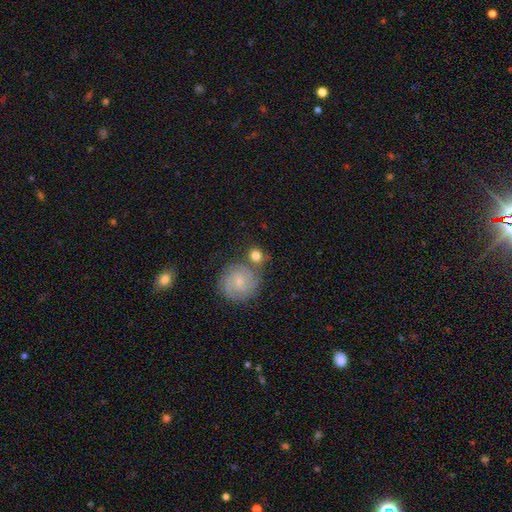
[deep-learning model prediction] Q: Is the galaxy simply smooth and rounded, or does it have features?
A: smooth — 60%.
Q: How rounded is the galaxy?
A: round — 84%.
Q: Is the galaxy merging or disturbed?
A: none — 62%.